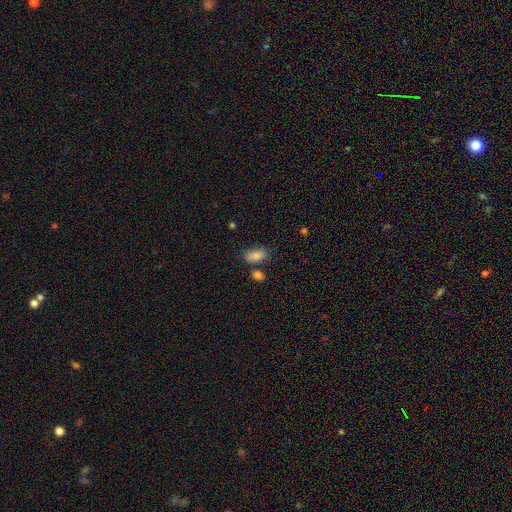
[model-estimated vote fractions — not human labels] Overall: smooth (85%). How rounded: in between (89%). Merging: none (67%).